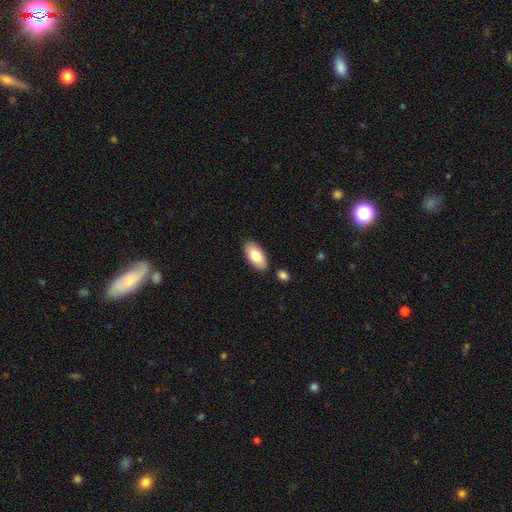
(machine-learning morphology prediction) type=smooth (80%); roundness=in between (92%); merging=none (85%).